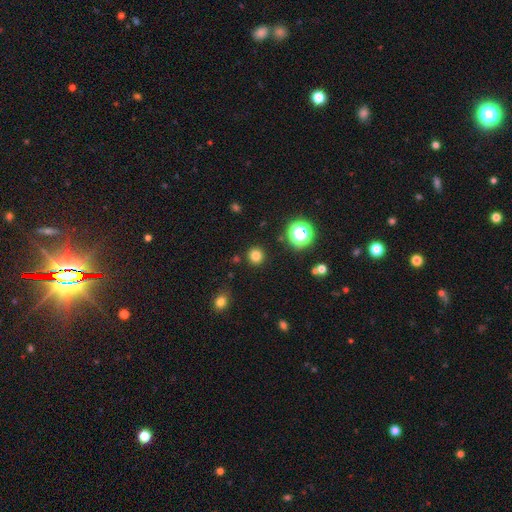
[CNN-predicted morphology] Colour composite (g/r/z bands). It shows a smooth galaxy with no disk features (78%) that is round (93%). Merging: none (90%).